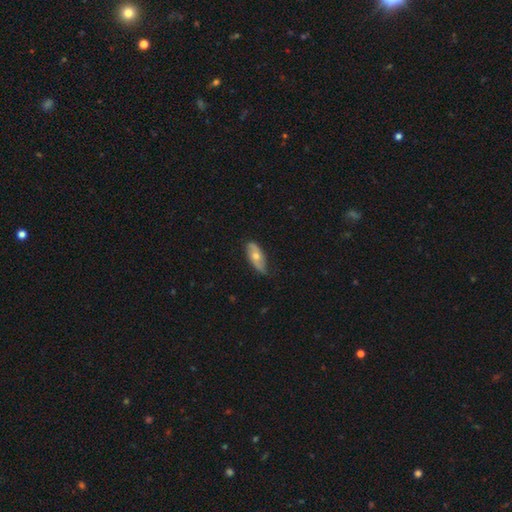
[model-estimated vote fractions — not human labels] Smooth or featured: smooth — 50% (featured or disk — 44%)
How rounded: in between — 82% (cigar-shaped — 14%)
Merging: none — 69% (minor disturbance — 26%)